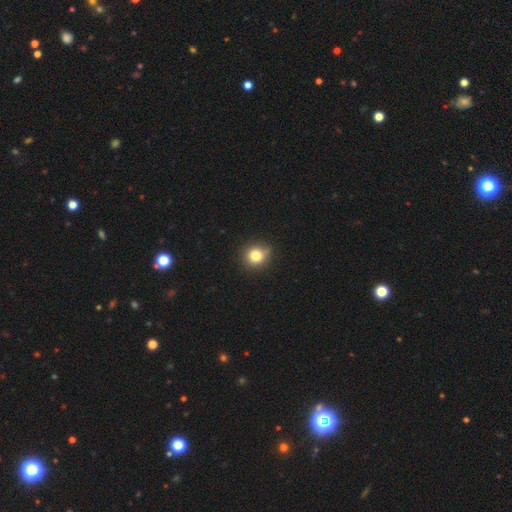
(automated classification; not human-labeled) Smooth or featured: smooth — 81% (star or artifact — 12%)
How rounded: round — 86% (in between — 13%)
Merging: none — 79% (minor disturbance — 16%)